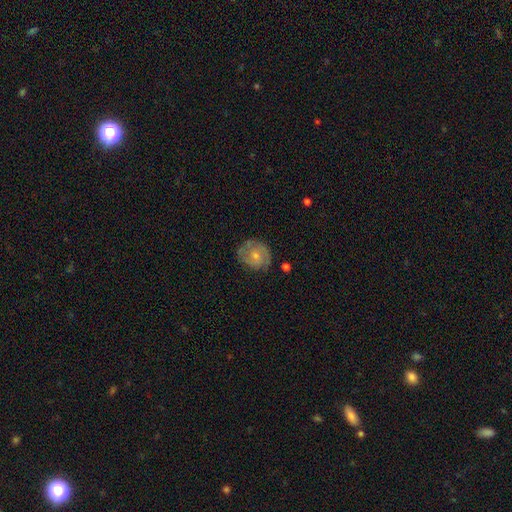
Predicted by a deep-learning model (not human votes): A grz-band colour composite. It shows a featured or disk galaxy (50%). Merging: none (67%).